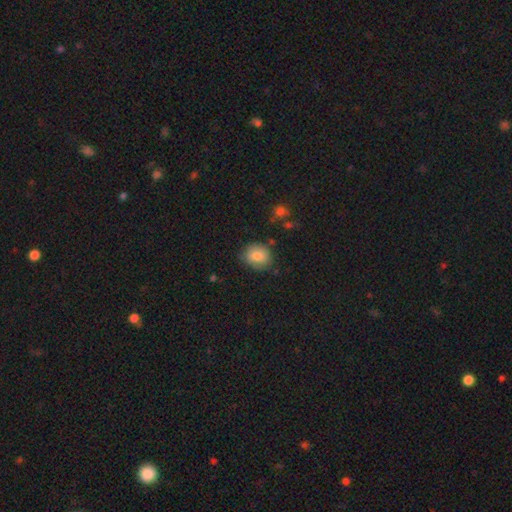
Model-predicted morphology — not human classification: This appears to be a smooth galaxy with no disk features (82%) that is round (62%). Merging: none (76%).